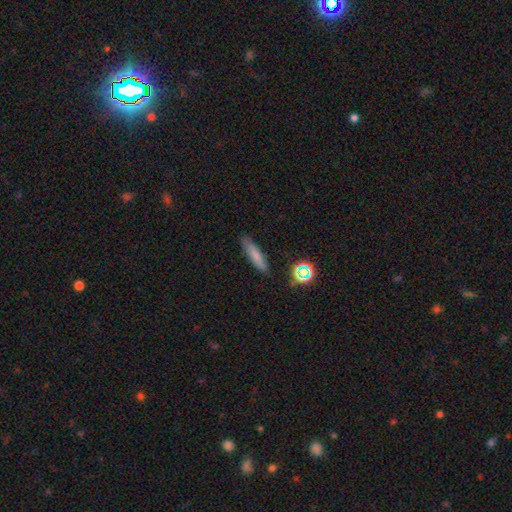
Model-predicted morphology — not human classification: smooth-or-featured: smooth: 74% | featured or disk: 15% | star or artifact: 11%
  how-rounded: cigar-shaped: 77% | in between: 20% | round: 3%
  merging: none: 84% | minor disturbance: 11% | major disturbance: 3% | merger: 2%